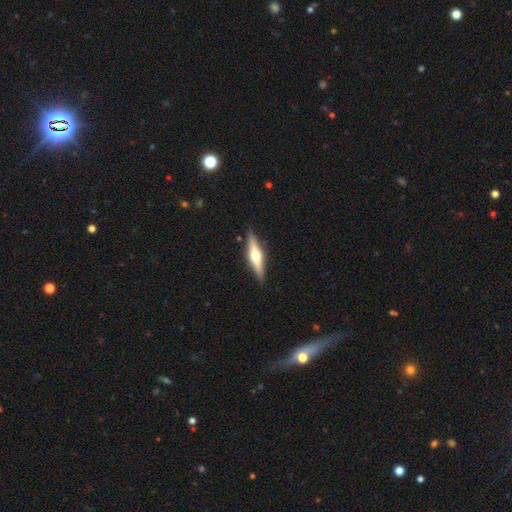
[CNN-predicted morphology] Smooth or featured? Predicted: featured or disk (p=0.65). Edge-on disk? Predicted: yes (p=0.96). Edge-on bulge? Predicted: rounded (p=0.94). Merging? Predicted: none (p=0.89).